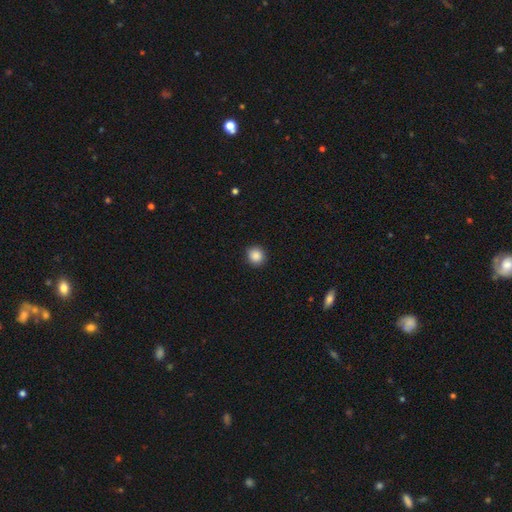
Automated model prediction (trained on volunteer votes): A smooth galaxy with no disk features (88%) that is round (90%). Merging: none (90%).